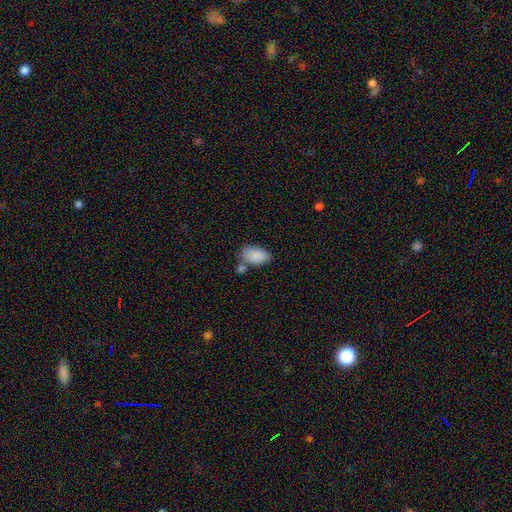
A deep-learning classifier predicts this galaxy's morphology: type=smooth (88%); roundness=in between (94%); merging=none (57%).